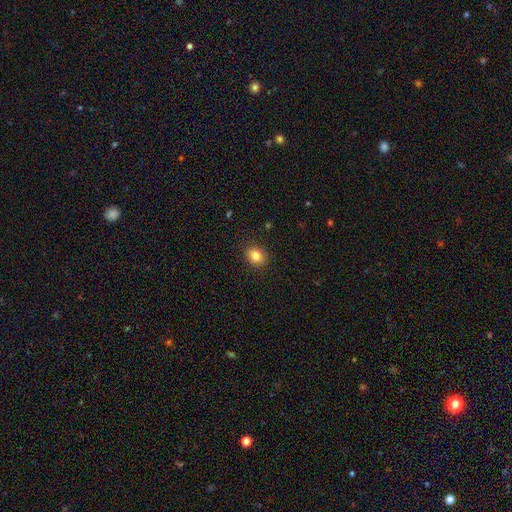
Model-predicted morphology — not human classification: Overall: smooth (84%). How rounded: round (57%; in between 42%). Merging: none (89%).